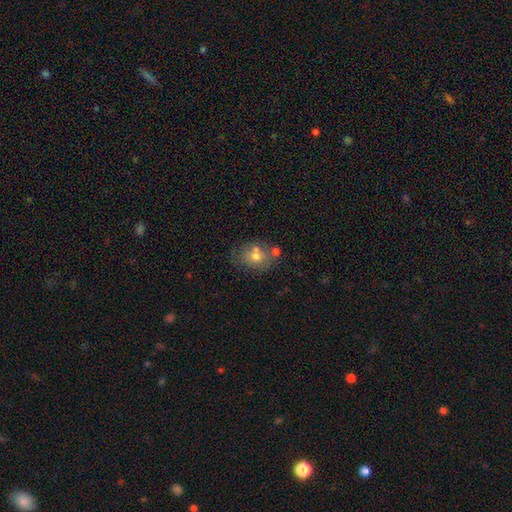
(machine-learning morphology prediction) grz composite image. It shows a smooth galaxy with no disk features (66%) that is round (51%). Merging: none (53%).